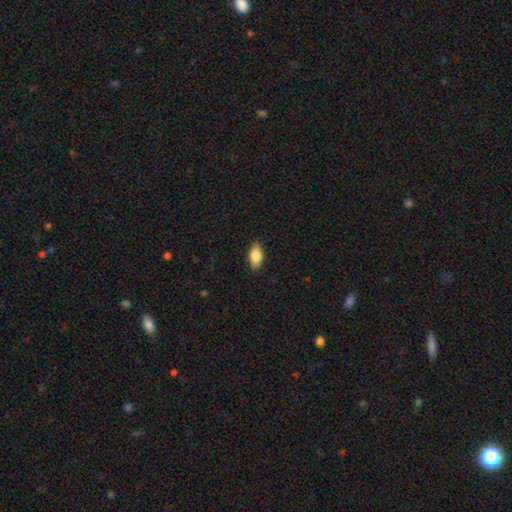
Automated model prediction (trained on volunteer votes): smooth_or_featured: smooth (p=0.85) [alt: featured or disk p=0.08]
how_rounded: in between (p=0.91) [alt: cigar-shaped p=0.06]
merging: none (p=0.88) [alt: minor disturbance p=0.09]